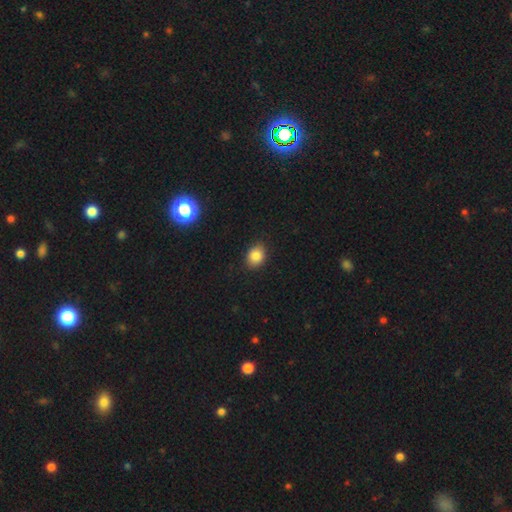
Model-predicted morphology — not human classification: smooth_or_featured: smooth (p=0.84) [alt: star or artifact p=0.10]
how_rounded: in between (p=0.60) [alt: round p=0.39]
merging: none (p=0.87) [alt: minor disturbance p=0.10]